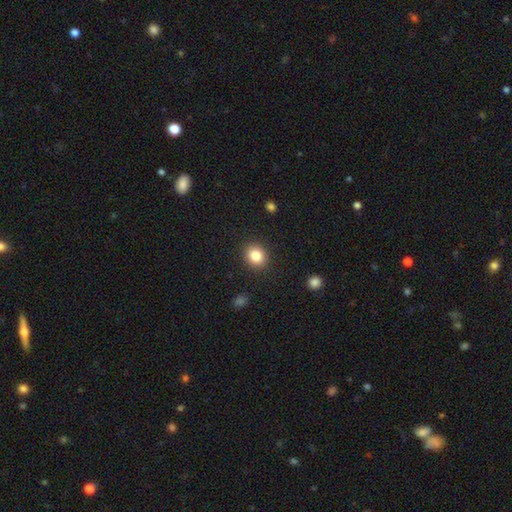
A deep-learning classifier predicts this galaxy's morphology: The model was most divided on "how rounded": round: 78%, in between: 21%, cigar-shaped: 1%. More confident: merging — none (90%); smooth or featured — smooth (84%).